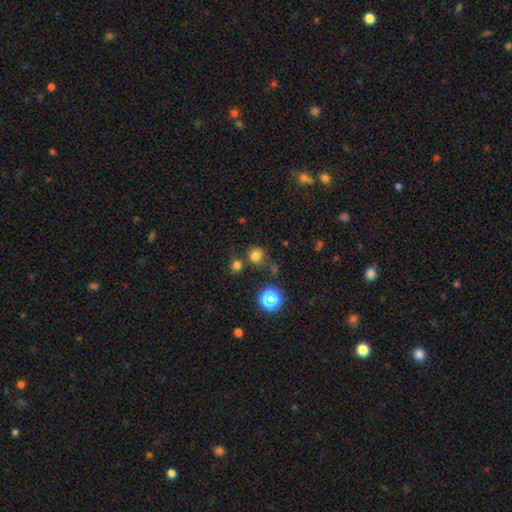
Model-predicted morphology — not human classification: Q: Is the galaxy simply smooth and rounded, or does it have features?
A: smooth — 72%.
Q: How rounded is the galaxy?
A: round — 90%.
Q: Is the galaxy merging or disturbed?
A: none — 73%.